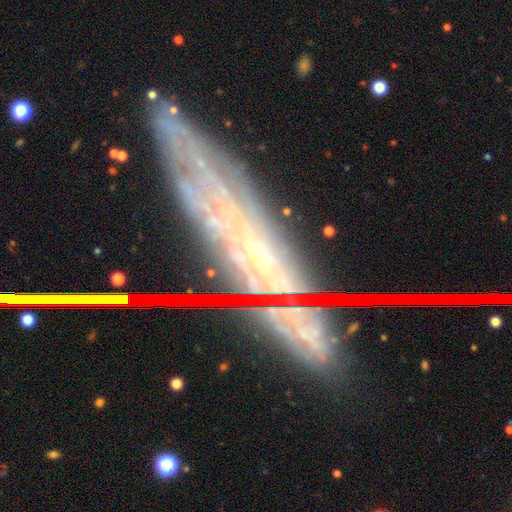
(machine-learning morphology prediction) Smooth or featured: featured or disk — 70% (star or artifact — 16%)
Edge-on disk: yes — 69% (no — 31%)
Merging: none — 79% (minor disturbance — 14%)